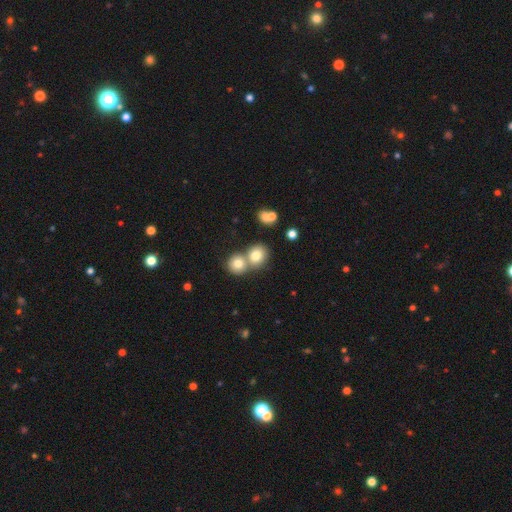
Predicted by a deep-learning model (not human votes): A smooth galaxy with no disk features (76%) that is round (77%).

Vote fractions:
- Smooth or featured? smooth: 76% / star or artifact: 12% / featured or disk: 12%
- How rounded? round: 77% / in between: 22% / cigar-shaped: 1%
- Merging? merger: 50% / none: 41% / minor disturbance: 7% / major disturbance: 3%